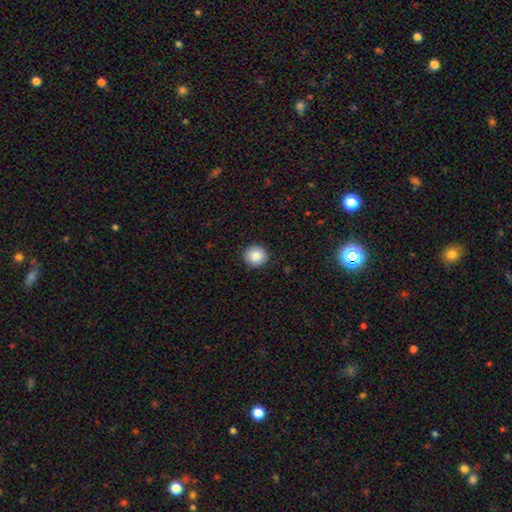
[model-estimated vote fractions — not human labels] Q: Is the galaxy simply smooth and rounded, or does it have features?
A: smooth — 87%.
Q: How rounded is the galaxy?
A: round — 93%.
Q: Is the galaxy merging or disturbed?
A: none — 92%.